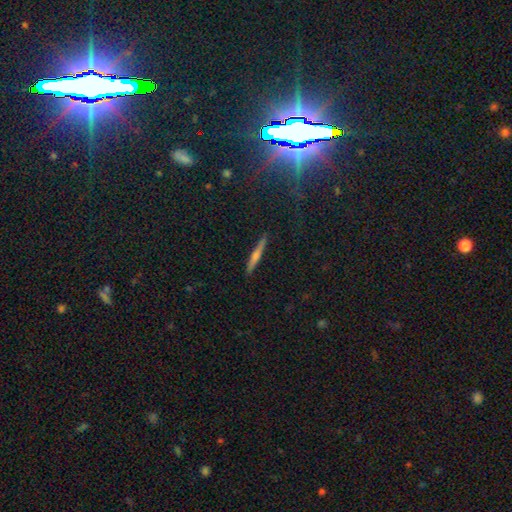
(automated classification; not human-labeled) Smooth or featured: featured or disk — 54% (smooth — 32%)
Edge-on disk: yes — 96% (no — 4%)
Edge-on bulge: rounded — 70% (none — 21%)
Merging: none — 89% (minor disturbance — 8%)